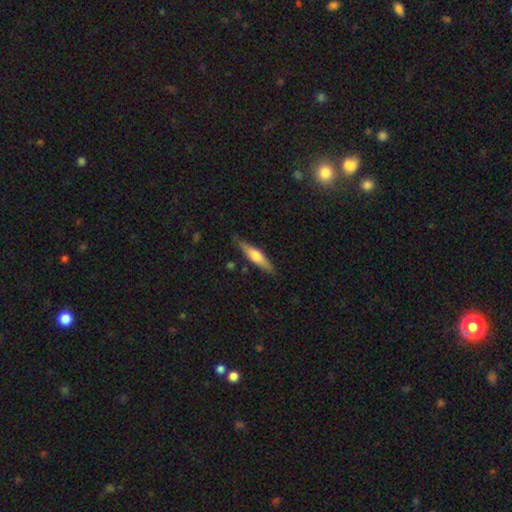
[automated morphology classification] Smooth or featured? smooth (51%)
How rounded? cigar-shaped (77%)
Merging? none (80%)